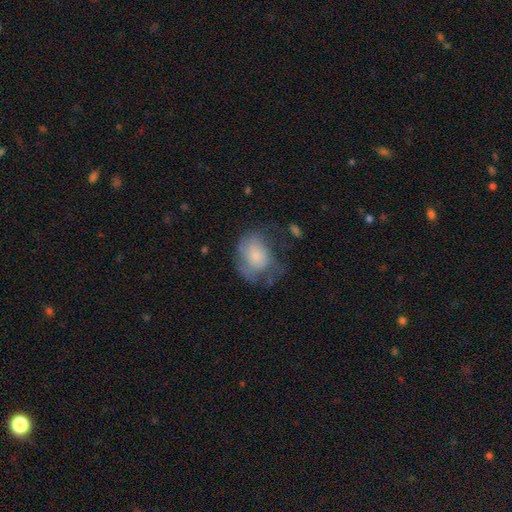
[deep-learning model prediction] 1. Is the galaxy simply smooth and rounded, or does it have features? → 57% smooth, 34% featured or disk, 9% star or artifact.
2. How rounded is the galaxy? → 61% in between, 37% round, 1% cigar-shaped.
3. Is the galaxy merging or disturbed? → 34% major disturbance (tied), 34% none (tied), 30% minor disturbance, 3% merger.